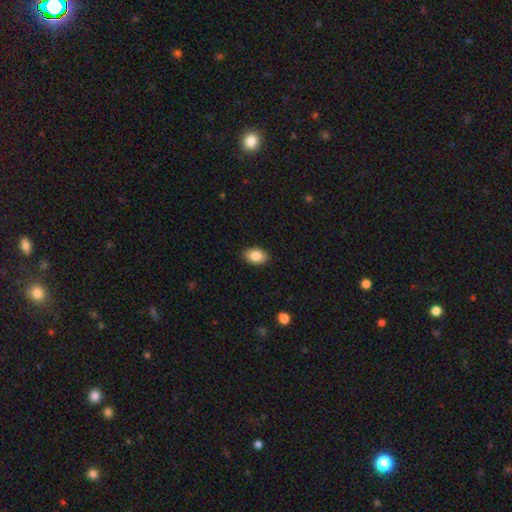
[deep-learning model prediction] Smooth or featured? smooth (86%)
How rounded? in between (84%)
Merging? none (88%)